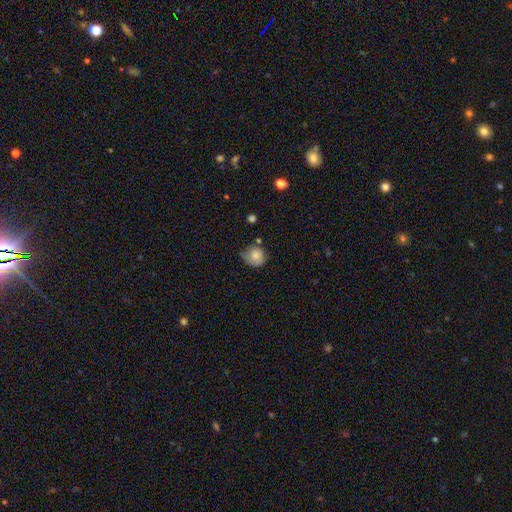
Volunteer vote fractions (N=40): Smooth or featured? smooth (85%)
How rounded? round (82%)
Merging? minor disturbance (54%)